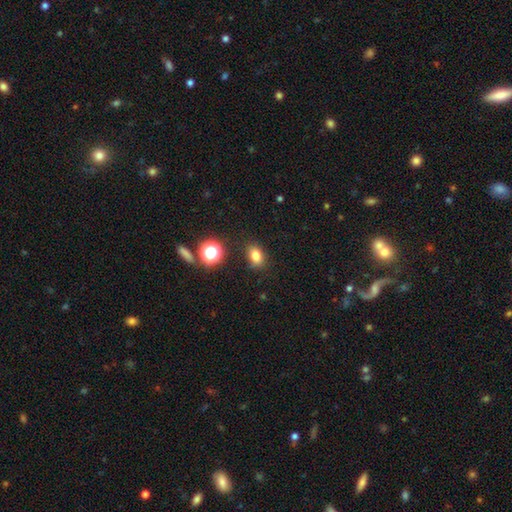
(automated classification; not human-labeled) Overall: smooth (79%). How rounded: in between (71%). Merging: none (82%).